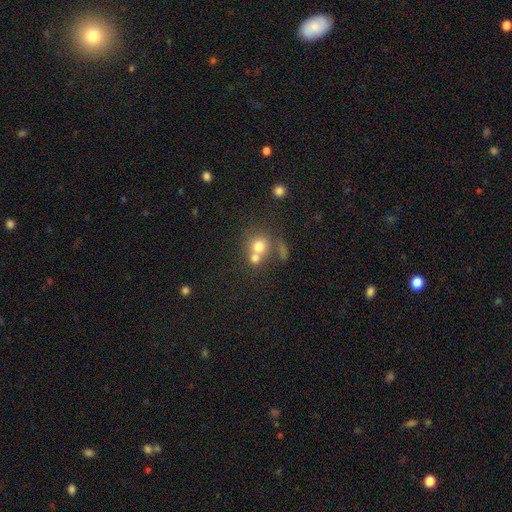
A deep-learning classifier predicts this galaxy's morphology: Overall: smooth (64%). How rounded: round (80%). Merging: merger (47%; none 39%).